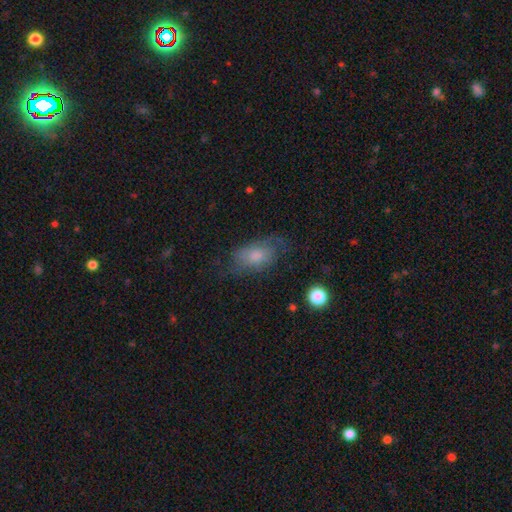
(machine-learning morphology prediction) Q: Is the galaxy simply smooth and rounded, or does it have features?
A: smooth — 59%.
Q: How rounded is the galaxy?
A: in between — 88%.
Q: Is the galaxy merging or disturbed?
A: none — 53%.